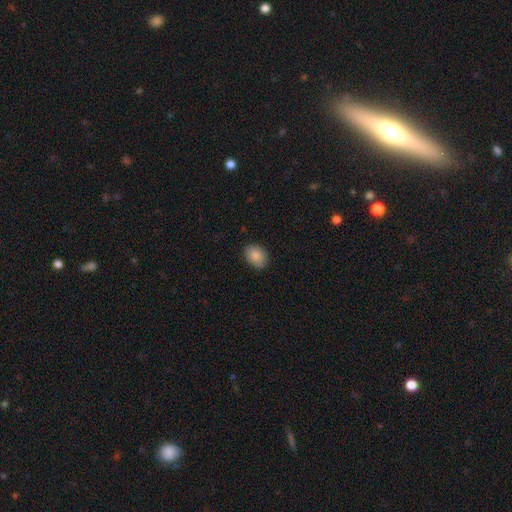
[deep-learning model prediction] Smooth or featured? smooth (87%)
How rounded? in between (73%)
Merging? none (86%)